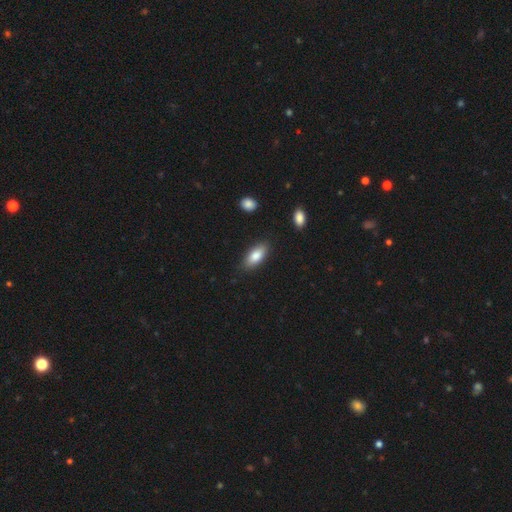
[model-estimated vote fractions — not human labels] smooth 83%, featured or disk 11%, star or artifact 6%. Down the decision tree: how rounded — in between (84%); merging — none (85%).